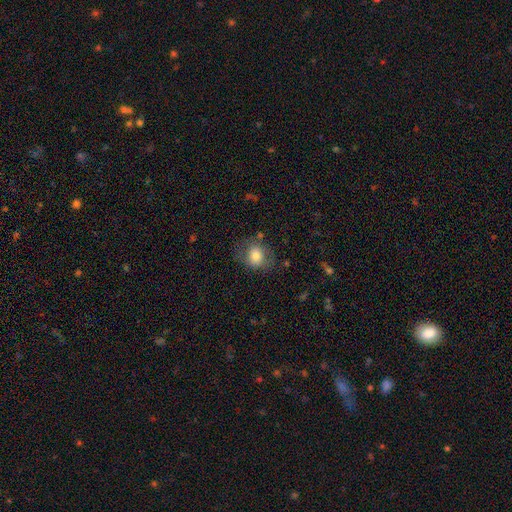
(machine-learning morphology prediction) Smooth or featured? Predicted: smooth (p=0.76). How rounded? Predicted: round (p=0.58). Merging? Predicted: none (p=0.67).